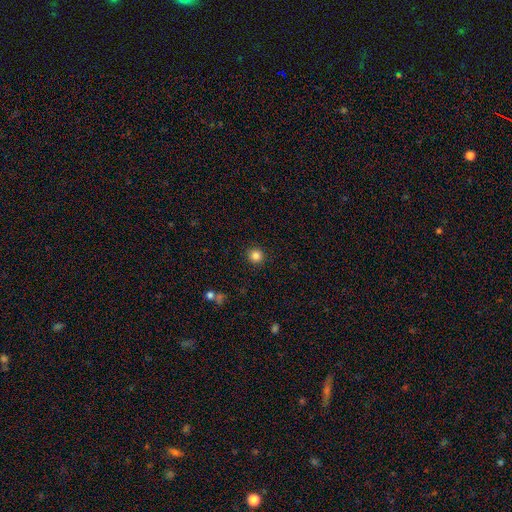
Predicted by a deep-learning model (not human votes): Smooth or featured? smooth (84%)
How rounded? round (93%)
Merging? none (92%)